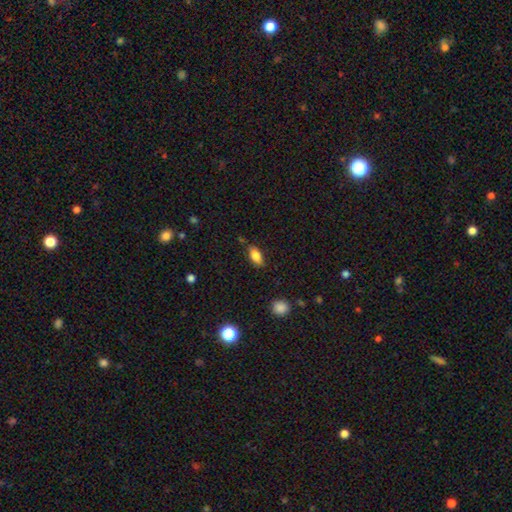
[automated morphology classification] smooth-or-featured: smooth: 80% | featured or disk: 11% | star or artifact: 9%
  how-rounded: in between: 87% | cigar-shaped: 8% | round: 5%
  merging: none: 78% | minor disturbance: 16% | major disturbance: 3% | merger: 3%